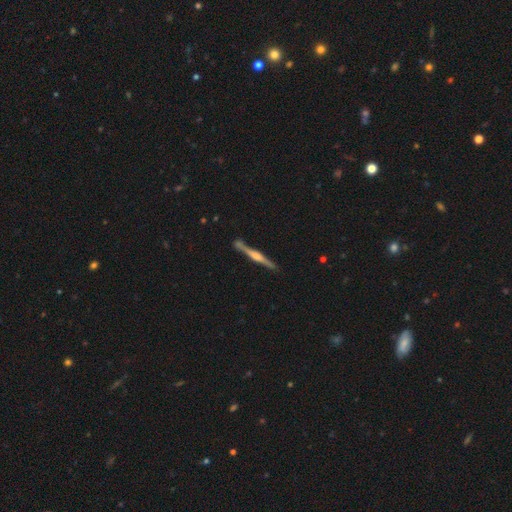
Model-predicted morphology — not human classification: type=featured or disk (79%); edge-on=yes (98%); edge-on bulge=rounded (70%); merging=none (85%).